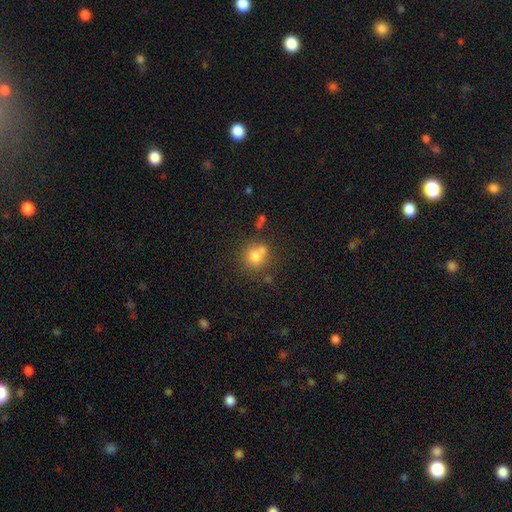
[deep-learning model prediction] This appears to be a smooth galaxy with no disk features (74%) that is round (84%). Merging: none (54%).